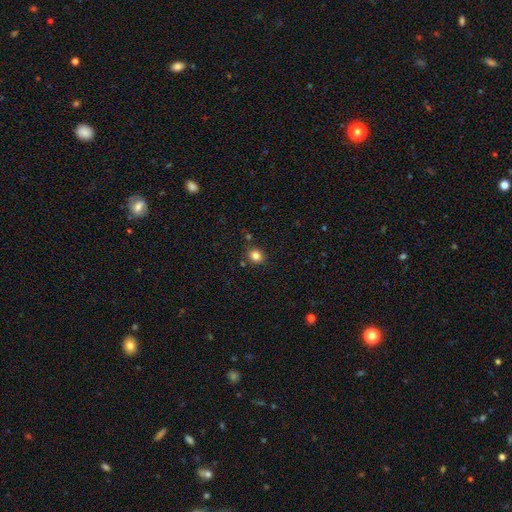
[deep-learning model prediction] Q: Smooth or featured?
A: smooth (83%); runner-up: star or artifact (12%)
Q: How rounded?
A: round (66%); runner-up: in between (33%)
Q: Merging?
A: none (84%); runner-up: minor disturbance (9%)